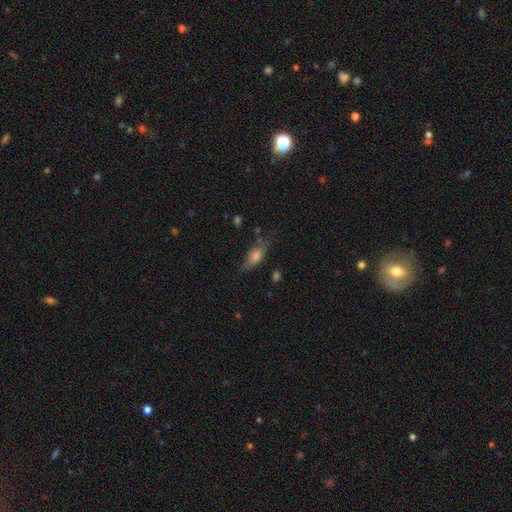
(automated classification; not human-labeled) A smooth galaxy with no disk features (50%) that is in between round and cigar-shaped (58%). Merging: none (69%).